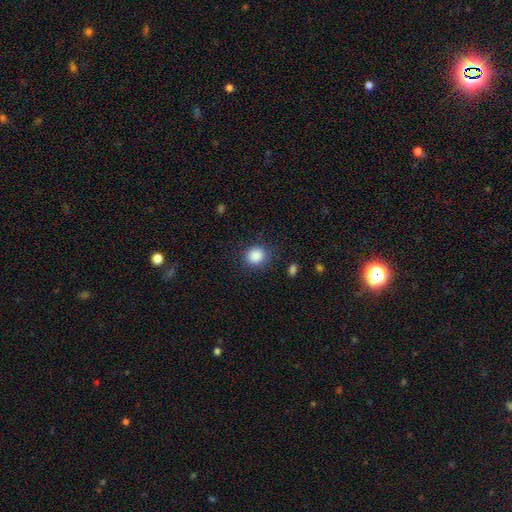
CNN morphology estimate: Q: Smooth or featured?
A: smooth (87%); runner-up: star or artifact (9%)
Q: How rounded?
A: round (84%); runner-up: in between (15%)
Q: Merging?
A: none (83%); runner-up: minor disturbance (11%)